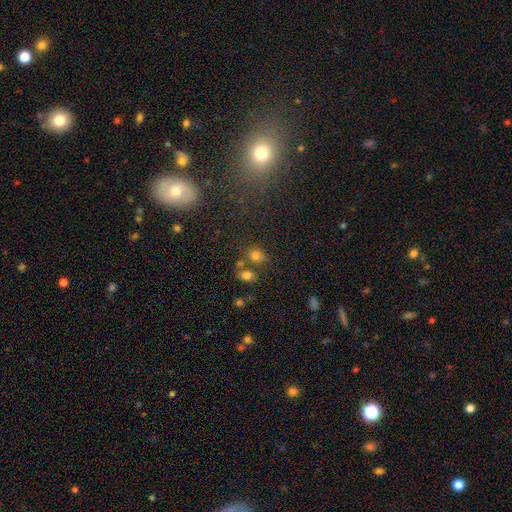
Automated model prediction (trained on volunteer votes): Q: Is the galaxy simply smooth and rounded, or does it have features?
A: smooth — 74%.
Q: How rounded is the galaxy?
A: round — 53%.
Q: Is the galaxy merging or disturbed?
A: none — 54%.